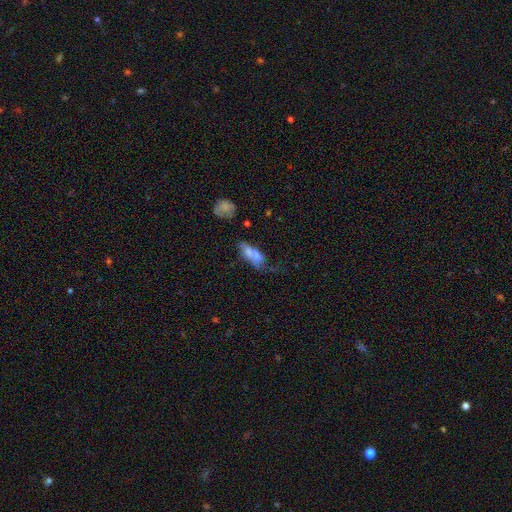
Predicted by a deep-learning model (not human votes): The model was most divided on "merging": merger: 45%, none: 24%, minor disturbance: 16%, major disturbance: 15%. More confident: how rounded — in between (75%); smooth or featured — smooth (62%).